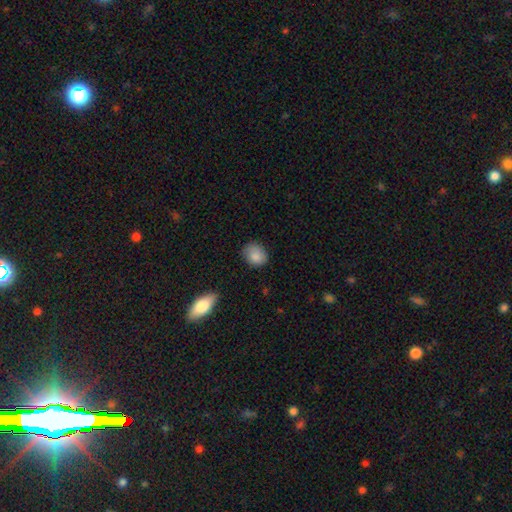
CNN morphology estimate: This appears to be a smooth galaxy with no disk features (85%) that is round (58%). Merging: none (72%).